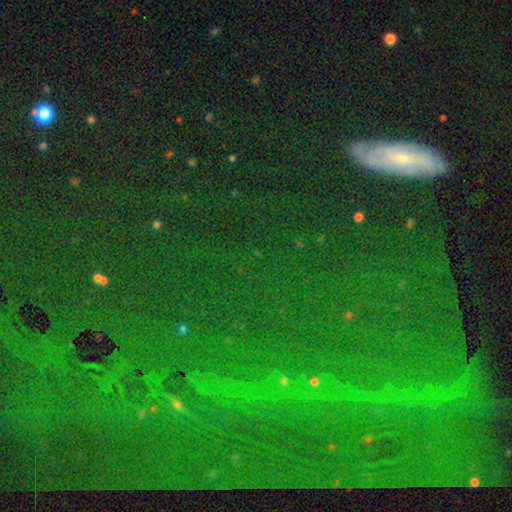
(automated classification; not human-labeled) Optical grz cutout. It shows a star or artifact, not a galaxy (70%).